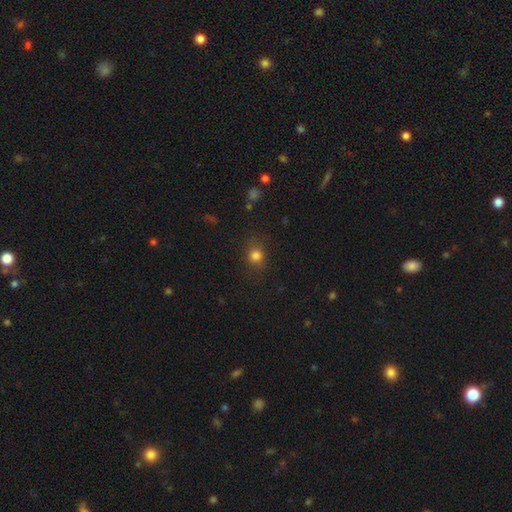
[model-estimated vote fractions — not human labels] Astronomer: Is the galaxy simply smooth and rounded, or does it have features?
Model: smooth — 81%.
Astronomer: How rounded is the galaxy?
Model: round — 74%.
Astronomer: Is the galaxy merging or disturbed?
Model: none — 80%.